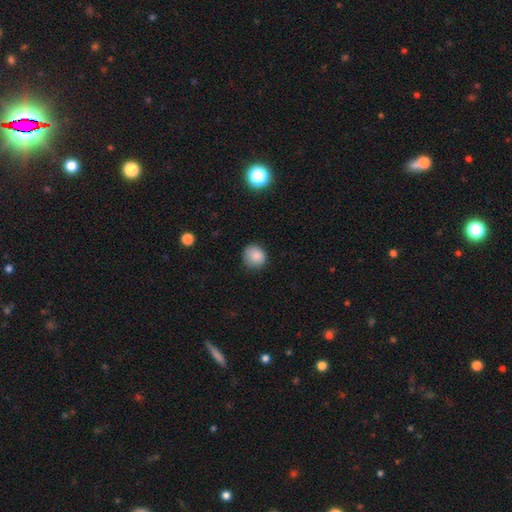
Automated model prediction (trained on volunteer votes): Morphology: type=smooth (85%); roundness=round (83%); merging=none (77%).